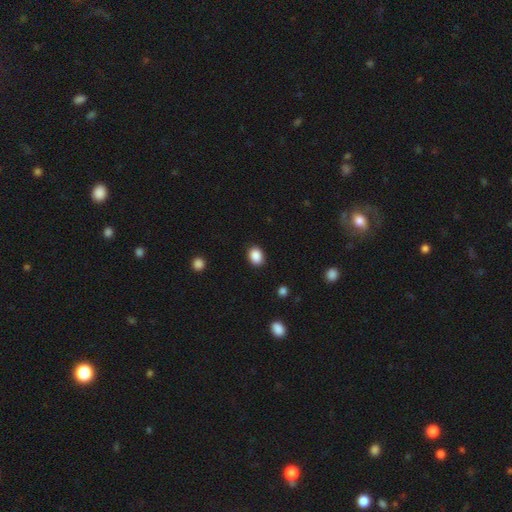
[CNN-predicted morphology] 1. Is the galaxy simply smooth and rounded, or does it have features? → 89% smooth, 9% star or artifact, 3% featured or disk.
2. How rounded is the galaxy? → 62% in between, 37% round, 1% cigar-shaped.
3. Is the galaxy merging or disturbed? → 88% none, 9% minor disturbance, 2% major disturbance, 1% merger.